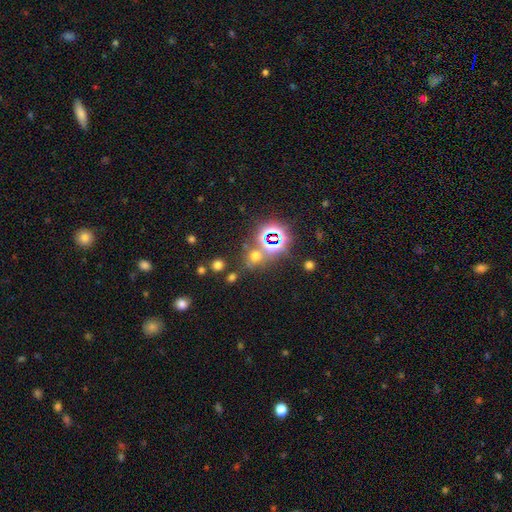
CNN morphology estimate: This appears to be a star or artifact, not a galaxy (47%).